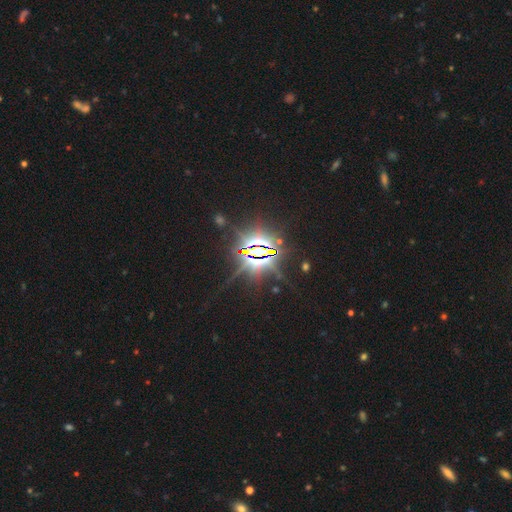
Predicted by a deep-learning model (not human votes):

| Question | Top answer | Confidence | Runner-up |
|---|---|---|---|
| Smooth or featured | star or artifact | 87% | featured or disk (7%) |